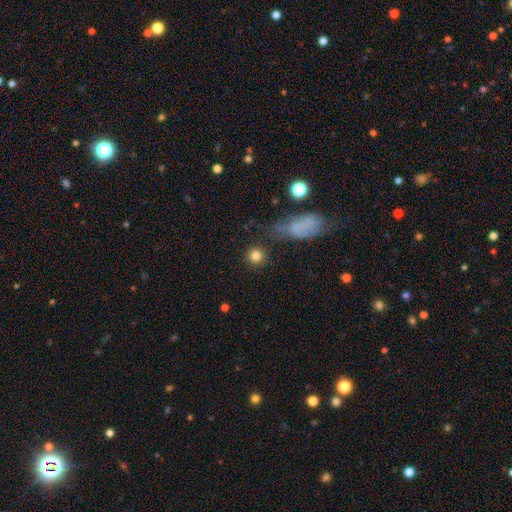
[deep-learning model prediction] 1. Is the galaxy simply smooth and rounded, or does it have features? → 81% smooth, 11% star or artifact, 8% featured or disk.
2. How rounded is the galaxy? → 92% round, 7% in between, 1% cigar-shaped.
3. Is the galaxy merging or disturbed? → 82% none, 9% minor disturbance, 5% merger, 4% major disturbance.